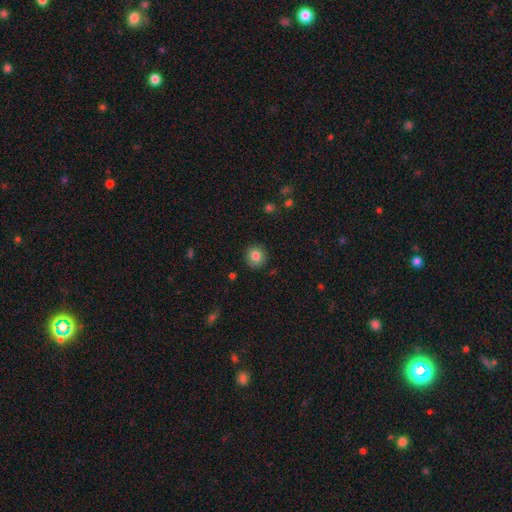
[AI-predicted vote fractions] smooth 83%, star or artifact 9%, featured or disk 7%. Down the decision tree: how rounded — round (90%); merging — none (90%).